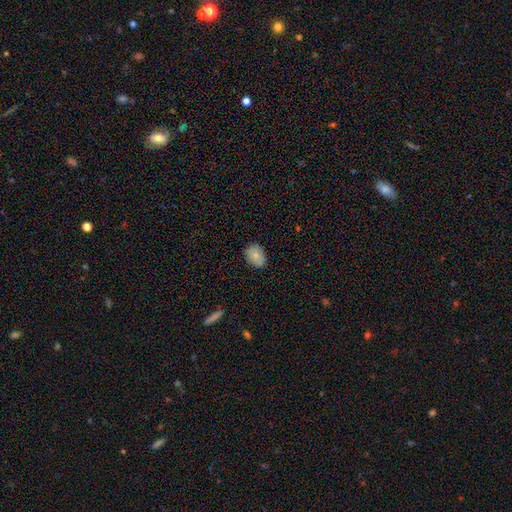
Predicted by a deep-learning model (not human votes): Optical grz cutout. It shows a smooth galaxy with no disk features (83%) that is in between round and cigar-shaped (65%). Merging: none (83%).